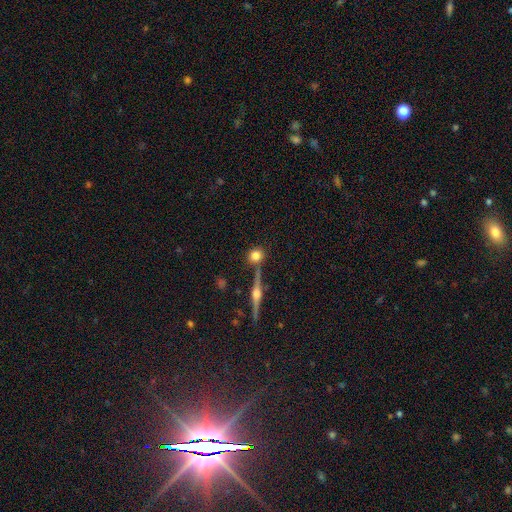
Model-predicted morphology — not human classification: A smooth galaxy with no disk features (70%) that is round (89%). Merging: none (73%).